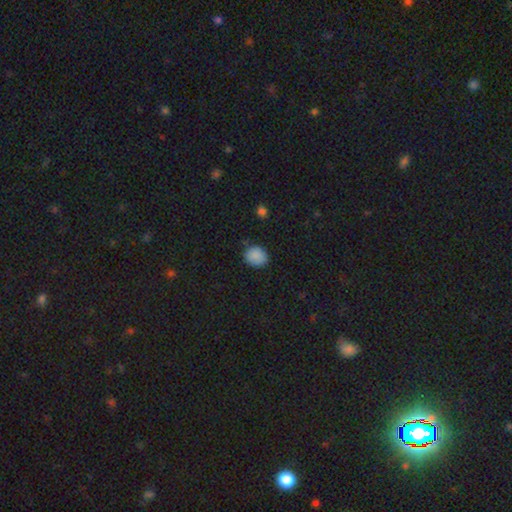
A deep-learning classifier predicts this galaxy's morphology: This is clearly a smooth galaxy (87%). How rounded: likely round (67%). Merging: clearly none (82%).